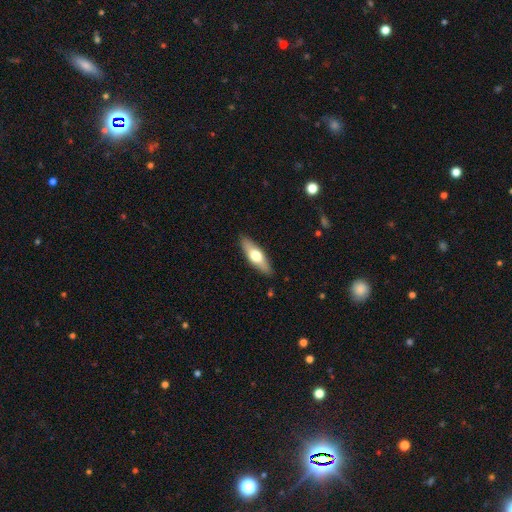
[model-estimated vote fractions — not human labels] This is possibly a smooth galaxy (54%). How rounded: possibly in between (51%). Merging: clearly none (88%).